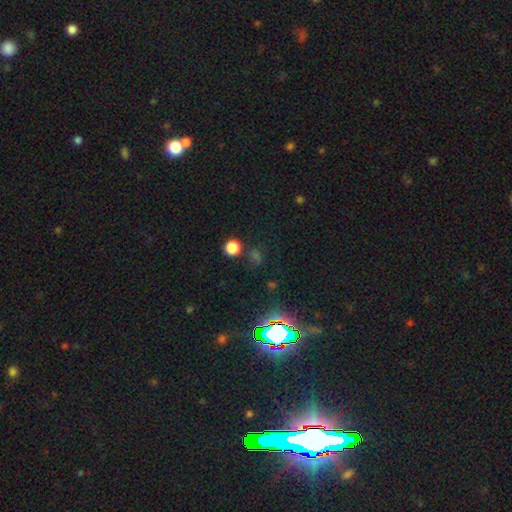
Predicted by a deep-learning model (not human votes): Smooth or featured? star or artifact (55%)